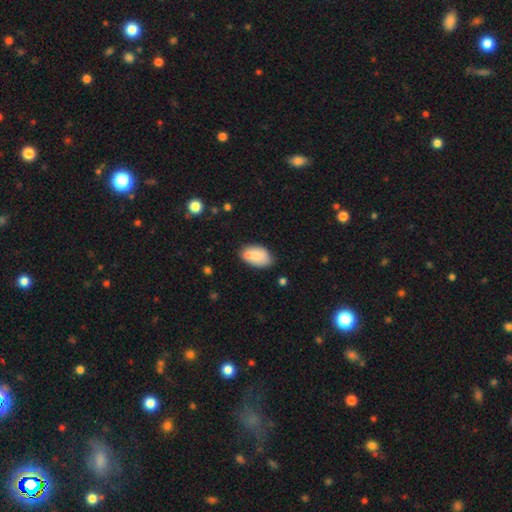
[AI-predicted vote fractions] Smooth or featured?
  - smooth: 74% *
  - featured or disk: 19%
  - star or artifact: 7%
How rounded?
  - in between: 92% *
  - round: 6%
  - cigar-shaped: 2%
Merging?
  - none: 62% *
  - minor disturbance: 20%
  - merger: 14%
  - major disturbance: 4%